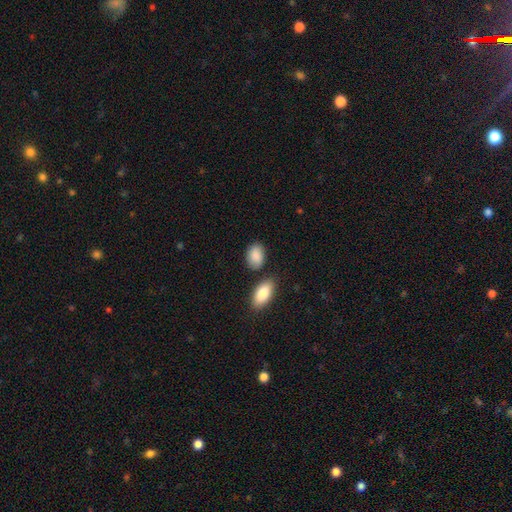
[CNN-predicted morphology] The model was most divided on "merging": none: 73%, minor disturbance: 16%, merger: 7%, major disturbance: 4%. More confident: smooth or featured — smooth (88%); how rounded — in between (86%).